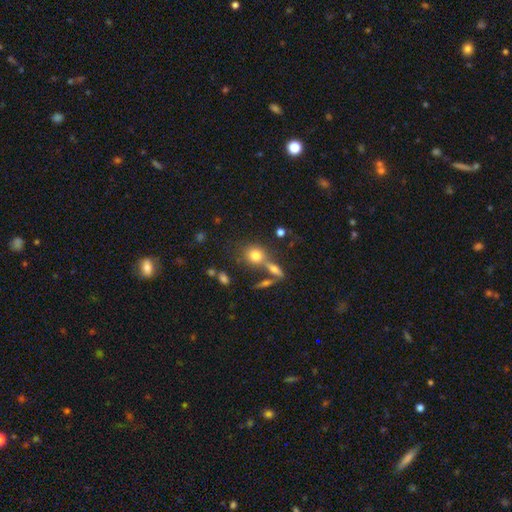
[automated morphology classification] smooth 76%, featured or disk 13%, star or artifact 11%. Down the decision tree: how rounded — round (74%); merging — none (55%).